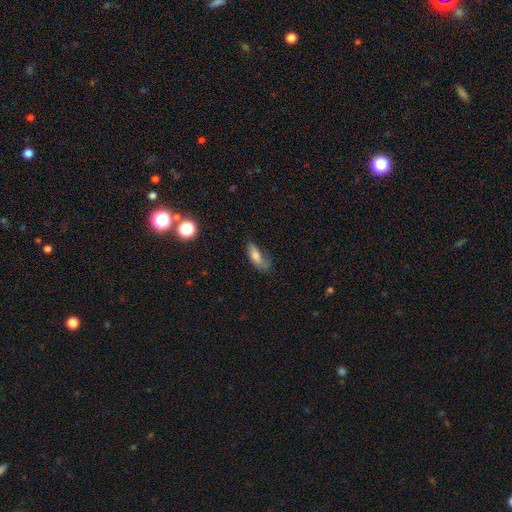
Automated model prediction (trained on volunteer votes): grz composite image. It shows a smooth galaxy with no disk features (66%) that is in between round and cigar-shaped (73%). Merging: none (47%).